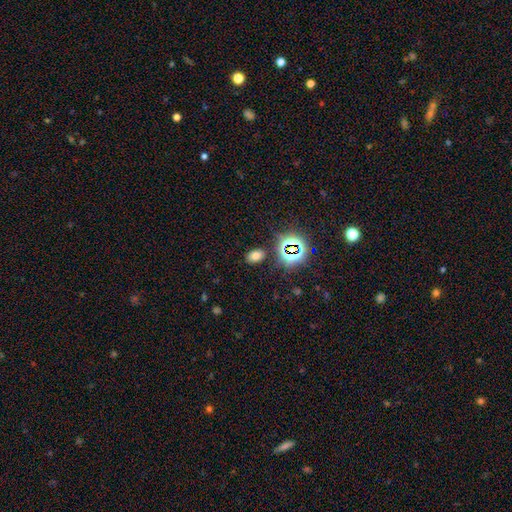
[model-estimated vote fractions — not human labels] Q: Smooth or featured?
A: smooth (65%); runner-up: star or artifact (26%)
Q: How rounded?
A: in between (81%); runner-up: round (18%)
Q: Merging?
A: none (85%); runner-up: minor disturbance (9%)